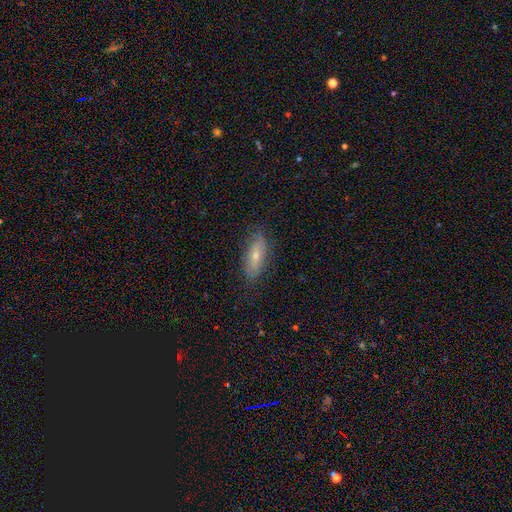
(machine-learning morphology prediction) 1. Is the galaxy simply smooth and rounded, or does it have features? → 56% smooth, 37% featured or disk, 7% star or artifact.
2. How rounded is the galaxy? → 68% in between, 29% cigar-shaped, 3% round.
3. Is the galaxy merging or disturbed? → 79% none, 16% minor disturbance, 4% major disturbance, 1% merger.